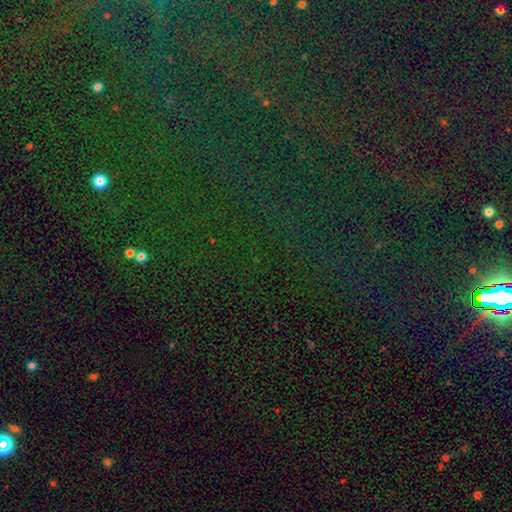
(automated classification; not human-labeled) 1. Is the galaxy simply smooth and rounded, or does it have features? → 83% star or artifact, 9% smooth, 7% featured or disk.